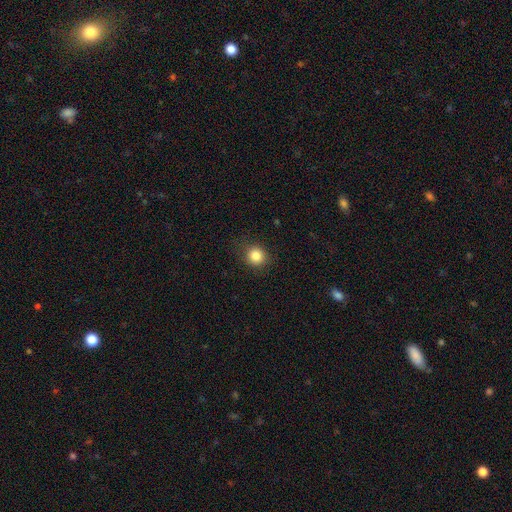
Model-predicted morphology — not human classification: Smooth or featured? Predicted: smooth (p=0.85). How rounded? Predicted: round (p=0.86). Merging? Predicted: none (p=0.85).